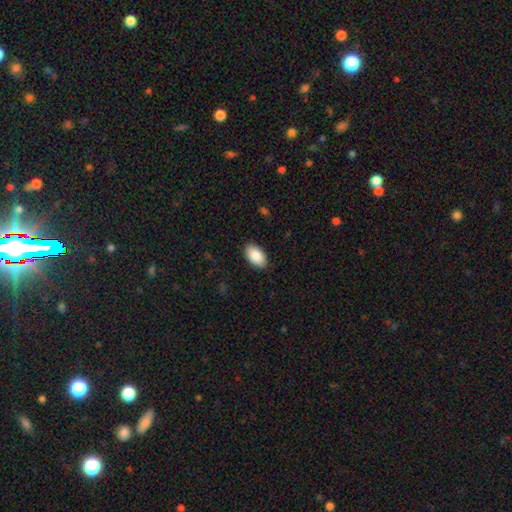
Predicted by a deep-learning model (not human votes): A smooth galaxy with no disk features (89%) that is in between round and cigar-shaped (94%).

Vote fractions:
- Smooth or featured? smooth: 89% / star or artifact: 6% / featured or disk: 5%
- How rounded? in between: 94% / round: 4% / cigar-shaped: 1%
- Merging? none: 89% / minor disturbance: 8% / major disturbance: 2% / merger: 1%